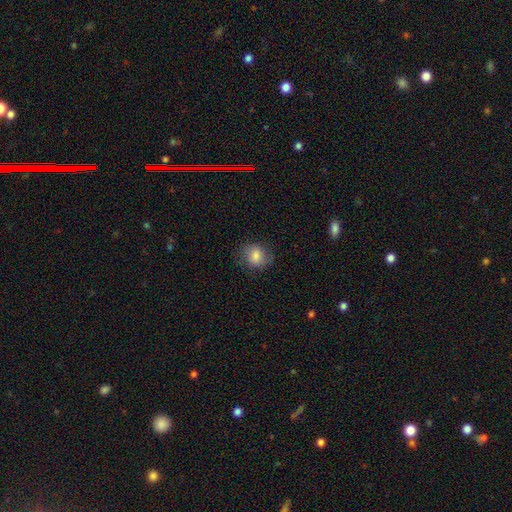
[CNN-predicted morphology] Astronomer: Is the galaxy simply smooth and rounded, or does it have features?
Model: smooth — 80%.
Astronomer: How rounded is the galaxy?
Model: round — 61% (runner-up: in between, 38%).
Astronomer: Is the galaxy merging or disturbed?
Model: none — 76%.